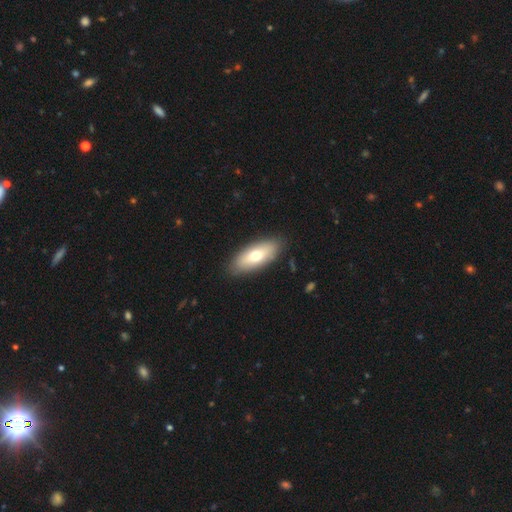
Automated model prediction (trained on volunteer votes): smooth-or-featured: smooth: 68% | featured or disk: 26% | star or artifact: 6%
  how-rounded: in between: 81% | cigar-shaped: 16% | round: 3%
  merging: none: 87% | minor disturbance: 9% | major disturbance: 2% | merger: 1%